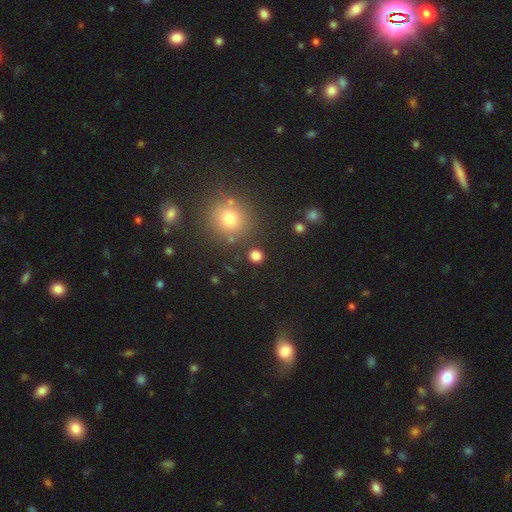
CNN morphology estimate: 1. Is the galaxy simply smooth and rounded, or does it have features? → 80% smooth, 16% star or artifact, 5% featured or disk.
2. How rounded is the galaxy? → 88% round, 11% in between, 1% cigar-shaped.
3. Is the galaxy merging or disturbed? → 87% none, 7% minor disturbance, 4% merger, 3% major disturbance.